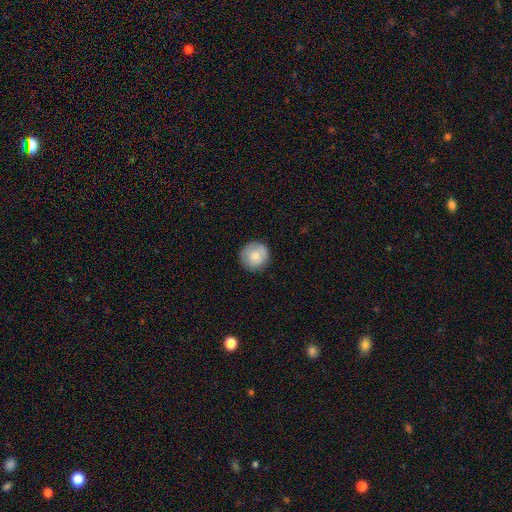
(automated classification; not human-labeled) Smooth or featured? Predicted: smooth (p=0.81). How rounded? Predicted: round (p=0.94). Merging? Predicted: none (p=0.86).